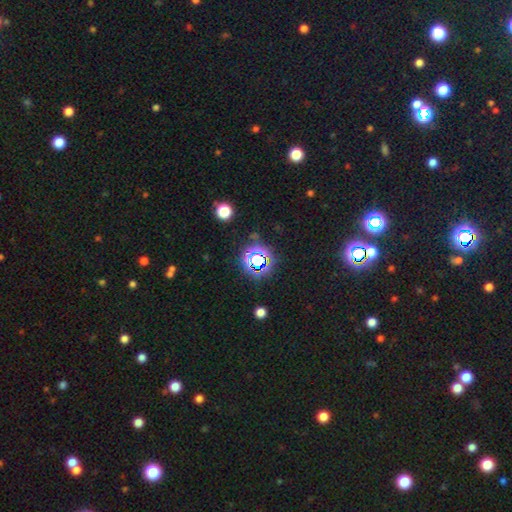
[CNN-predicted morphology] Smooth or featured? star or artifact (76%)